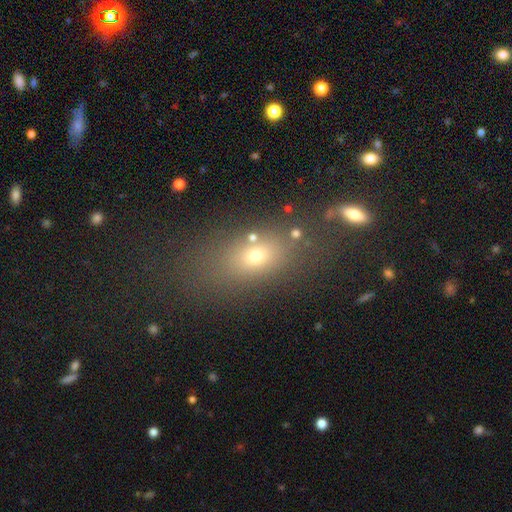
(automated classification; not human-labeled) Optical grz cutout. It shows a smooth galaxy with no disk features (65%) that is in between round and cigar-shaped (71%). Merging: none (70%).